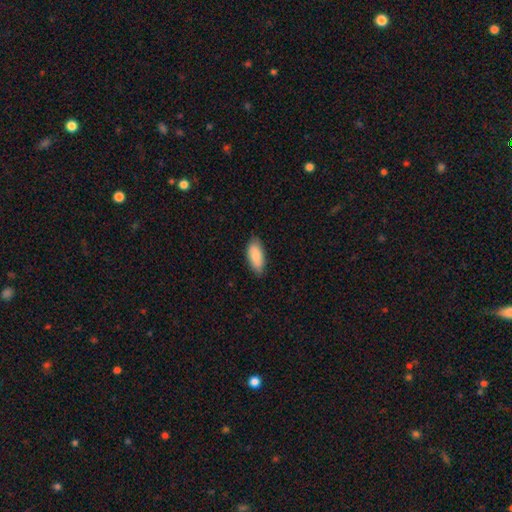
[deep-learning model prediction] Smooth or featured? Predicted: smooth (p=0.85). How rounded? Predicted: in between (p=0.86). Merging? Predicted: none (p=0.81).